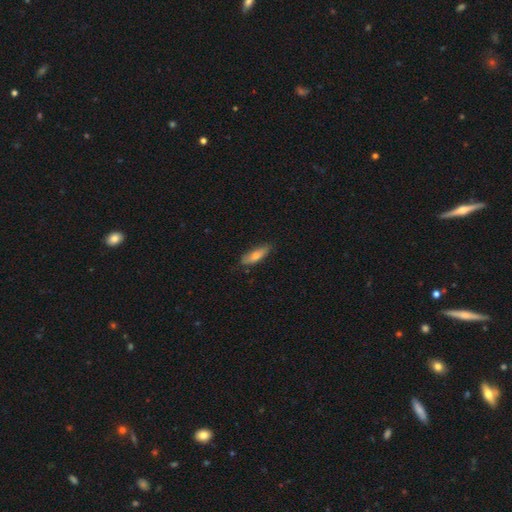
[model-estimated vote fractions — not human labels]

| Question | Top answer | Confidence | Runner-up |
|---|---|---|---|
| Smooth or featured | smooth | 73% | featured or disk (21%) |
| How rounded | cigar-shaped | 50% | in between (48%) |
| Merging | none | 77% | minor disturbance (19%) |